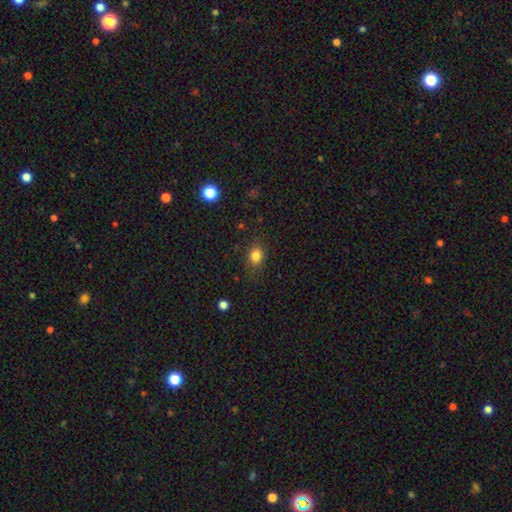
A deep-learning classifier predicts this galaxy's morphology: A smooth galaxy with no disk features (83%) that is in between round and cigar-shaped (60%). Merging: none (79%).